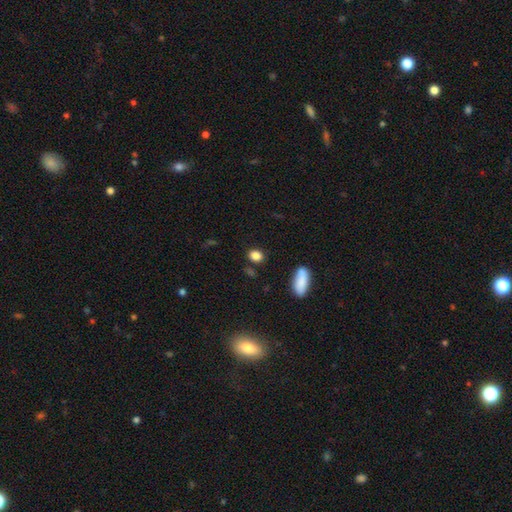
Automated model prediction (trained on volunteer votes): Smooth or featured? smooth (85%)
How rounded? in between (61%)
Merging? none (81%)